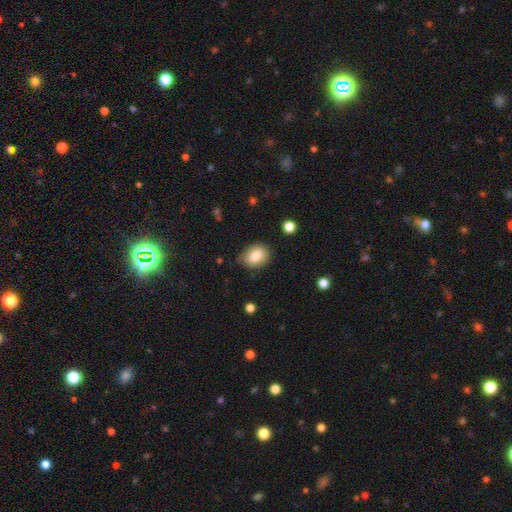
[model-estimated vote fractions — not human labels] This appears to be a smooth galaxy with no disk features (82%) that is in between round and cigar-shaped (59%). Merging: none (75%).